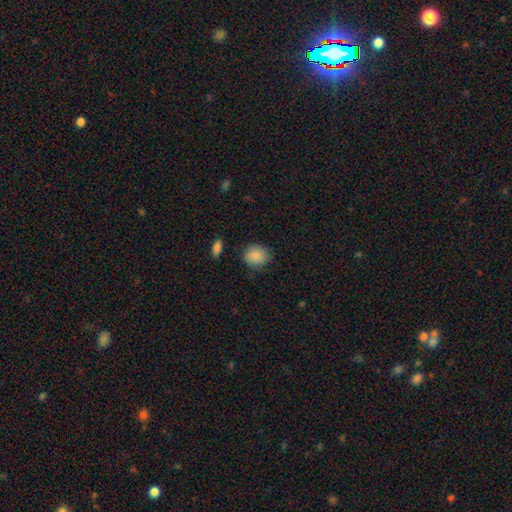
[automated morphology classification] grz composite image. It shows a smooth galaxy with no disk features (88%) that is round (73%). Merging: none (81%).